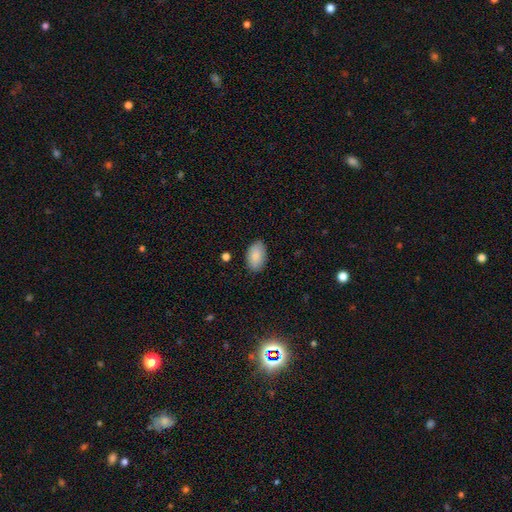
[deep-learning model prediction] The model was most divided on "merging": none: 85%, minor disturbance: 11%, major disturbance: 2%, merger: 1%. More confident: how rounded — in between (93%); smooth or featured — smooth (88%).